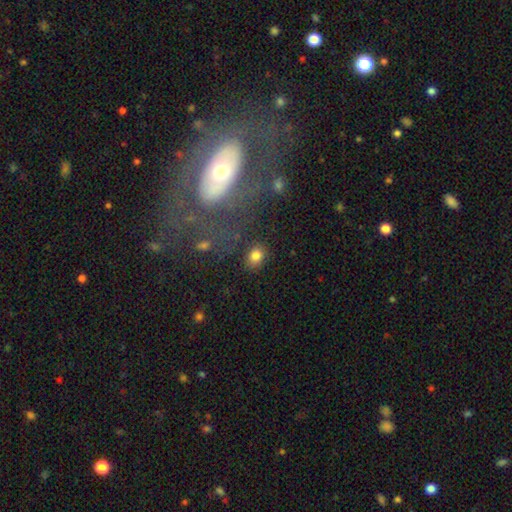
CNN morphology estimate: The model was most divided on "how rounded": in between: 56%, round: 43%, cigar-shaped: 1%. More confident: merging — none (84%); smooth or featured — smooth (81%).